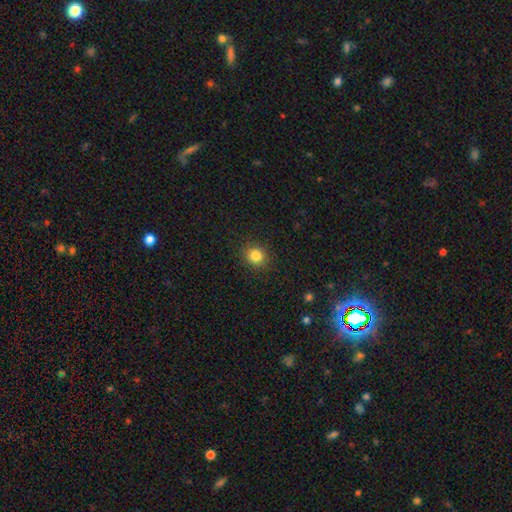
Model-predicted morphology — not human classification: smooth 84%, star or artifact 11%, featured or disk 5%. Down the decision tree: how rounded — round (84%); merging — none (90%).